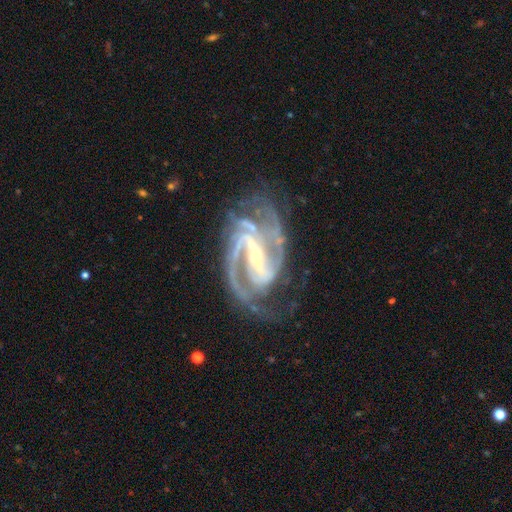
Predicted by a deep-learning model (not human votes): This is clearly a featured or disk galaxy (93%). It is clearly not viewed edge-on (97%). Bar: likely strong (69%). Spiral arm pattern: clearly yes (99%). Spiral arm count: possibly 2 (59%). Spiral winding: possibly medium (56%). Central bulge: likely small (71%). Merging: likely none (64%).